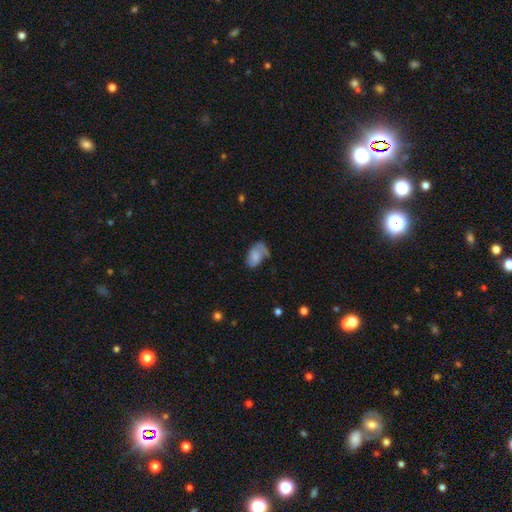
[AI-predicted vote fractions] This is likely a smooth galaxy (63%). How rounded: clearly in between (90%). Merging: marginally none (39%).